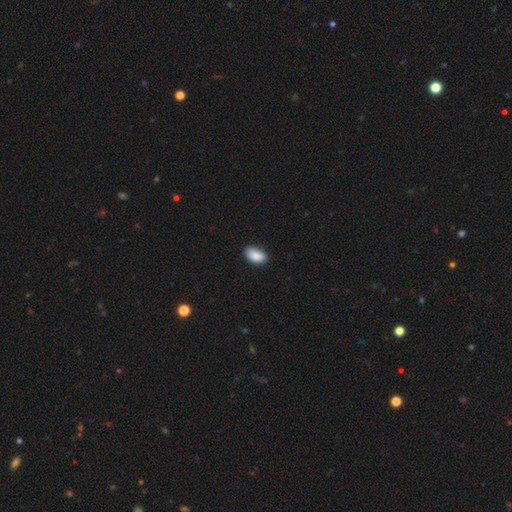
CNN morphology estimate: A smooth galaxy with no disk features (89%) that is in between round and cigar-shaped (94%).

Vote fractions:
- Smooth or featured? smooth: 89% / star or artifact: 7% / featured or disk: 4%
- How rounded? in between: 94% / round: 5% / cigar-shaped: 2%
- Merging? none: 82% / minor disturbance: 15% / major disturbance: 2% / merger: 1%